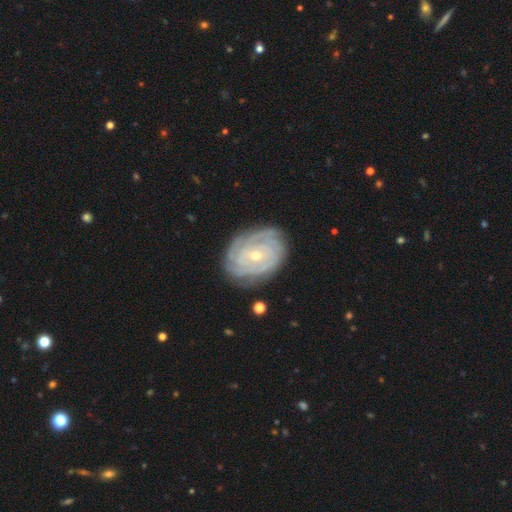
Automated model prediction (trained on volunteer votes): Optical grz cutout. It shows a featured or disk galaxy (87%) with no bar (62%), tight (83%) spiral arms (96%) and a small central bulge (61%). Merging: none (81%).